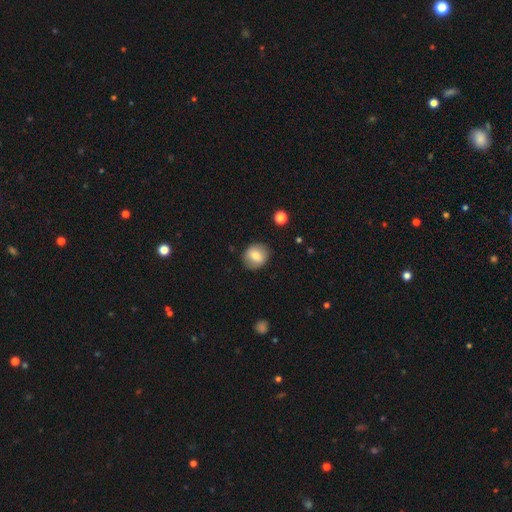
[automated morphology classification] A smooth galaxy with no disk features (74%) that is round (77%).

Vote fractions:
- Smooth or featured? smooth: 74% / featured or disk: 17% / star or artifact: 8%
- How rounded? round: 77% / in between: 22% / cigar-shaped: 1%
- Merging? none: 86% / minor disturbance: 10% / major disturbance: 3% / merger: 1%